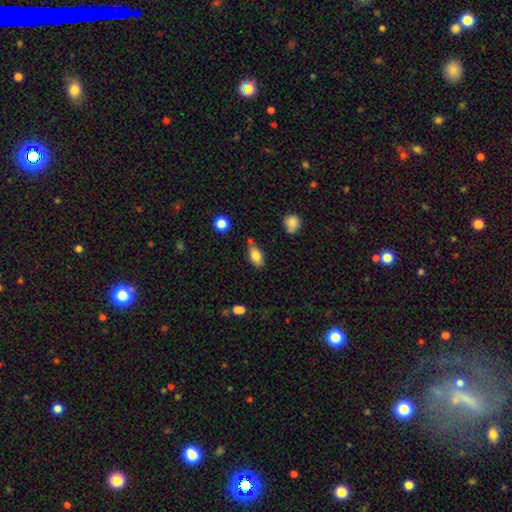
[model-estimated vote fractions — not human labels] smooth-or-featured: smooth: 81% | featured or disk: 10% | star or artifact: 8%
  how-rounded: in between: 90% | round: 7% | cigar-shaped: 4%
  merging: none: 71% | minor disturbance: 18% | merger: 7% | major disturbance: 4%